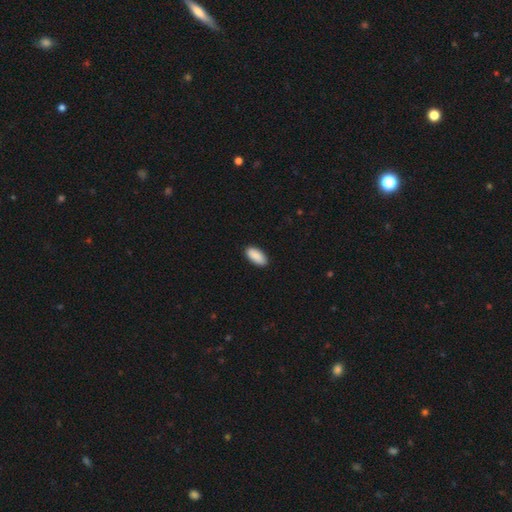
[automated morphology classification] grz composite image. It shows a smooth galaxy with no disk features (91%) that is in between round and cigar-shaped (91%). Merging: none (90%).